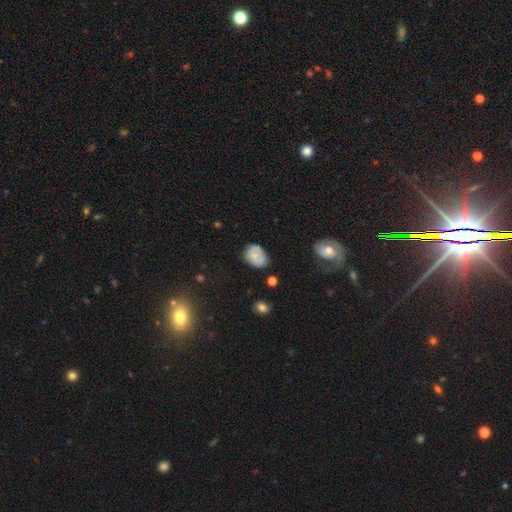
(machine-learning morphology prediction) Smooth or featured? smooth (69%)
How rounded? in between (75%)
Merging? none (64%)